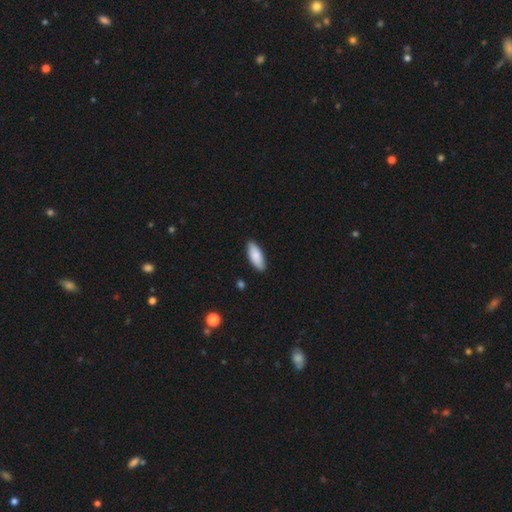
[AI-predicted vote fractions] This is clearly a smooth galaxy (84%). How rounded: likely in between (78%). Merging: clearly none (87%).